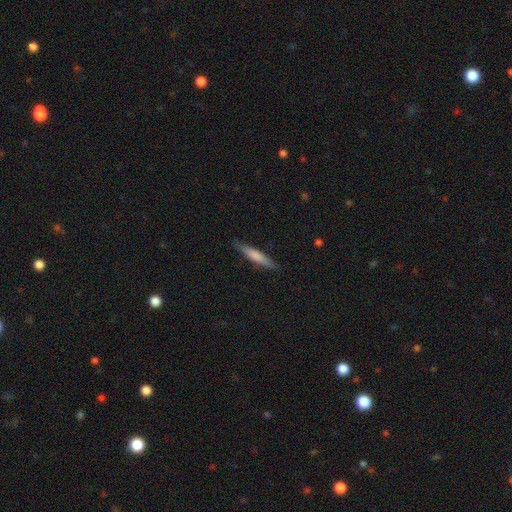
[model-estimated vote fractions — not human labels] Smooth or featured? Predicted: smooth (p=0.66). How rounded? Predicted: cigar-shaped (p=0.91). Merging? Predicted: none (p=0.87).